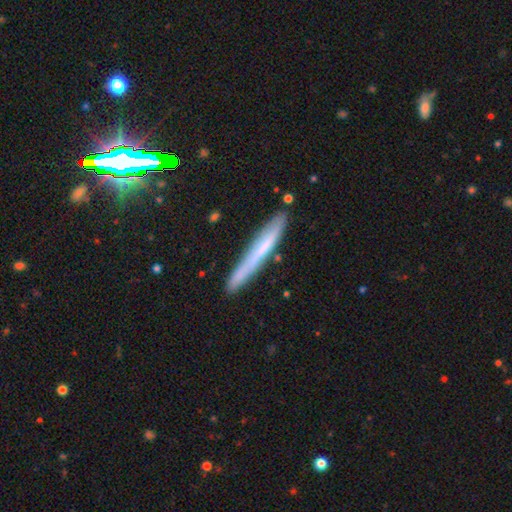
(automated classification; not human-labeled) Q: Smooth or featured?
A: smooth (49%); runner-up: featured or disk (40%)
Q: Merging?
A: none (84%); runner-up: minor disturbance (12%)